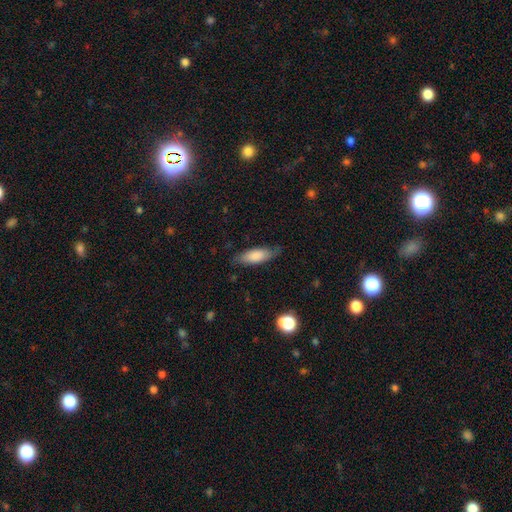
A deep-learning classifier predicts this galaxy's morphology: The model was most divided on "how rounded": in between: 65%, cigar-shaped: 32%, round: 2%. More confident: smooth or featured — smooth (78%); merging — none (73%).